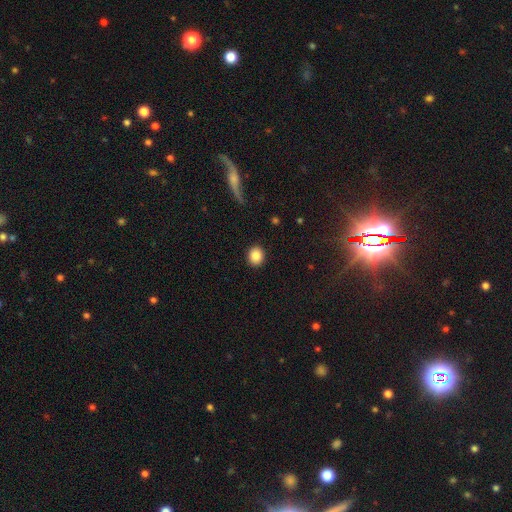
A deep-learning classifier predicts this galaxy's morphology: Smooth or featured? smooth (86%)
How rounded? round (71%)
Merging? none (91%)